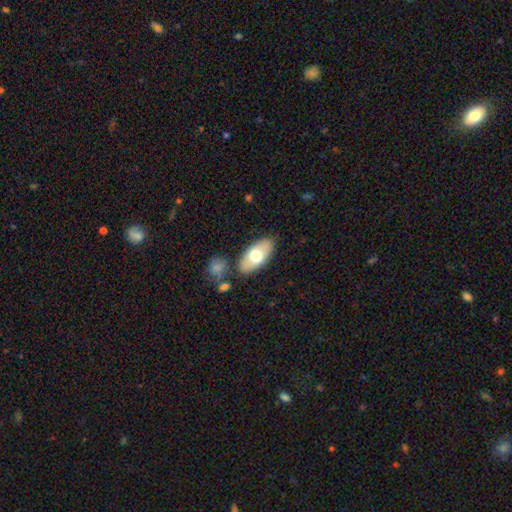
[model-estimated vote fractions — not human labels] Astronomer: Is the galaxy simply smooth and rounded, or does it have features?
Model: smooth — 66%.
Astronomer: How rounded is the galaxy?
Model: in between — 91%.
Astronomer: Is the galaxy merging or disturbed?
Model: none — 82%.